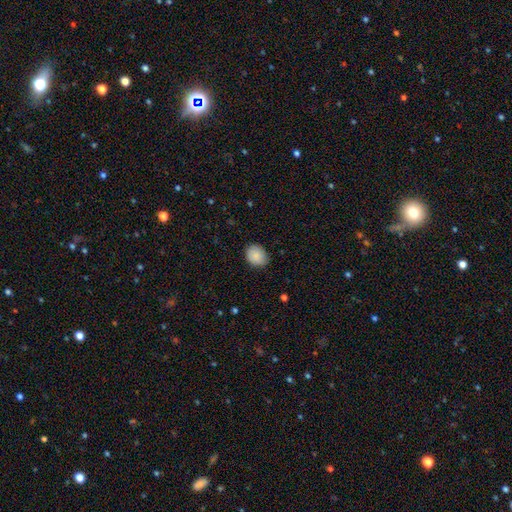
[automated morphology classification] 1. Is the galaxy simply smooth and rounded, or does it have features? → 88% smooth, 7% star or artifact, 4% featured or disk.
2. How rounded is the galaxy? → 50% in between, 49% round, 1% cigar-shaped.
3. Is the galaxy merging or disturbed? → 80% none, 16% minor disturbance, 3% major disturbance, 1% merger.